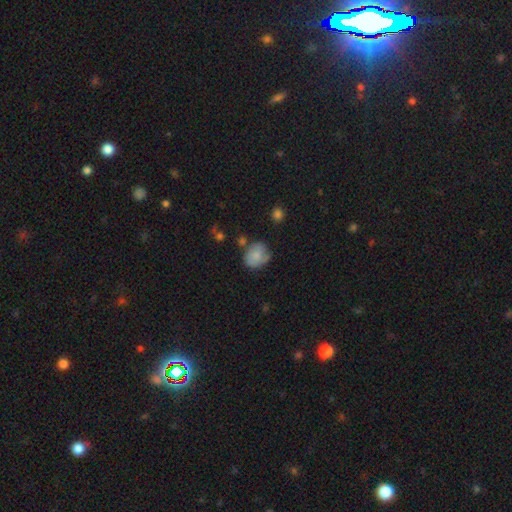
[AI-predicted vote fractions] Smooth or featured?
  - smooth: 75% *
  - featured or disk: 16%
  - star or artifact: 8%
How rounded?
  - round: 60% *
  - in between: 39%
  - cigar-shaped: 1%
Merging?
  - none: 56% *
  - minor disturbance: 29%
  - major disturbance: 9%
  - merger: 7%